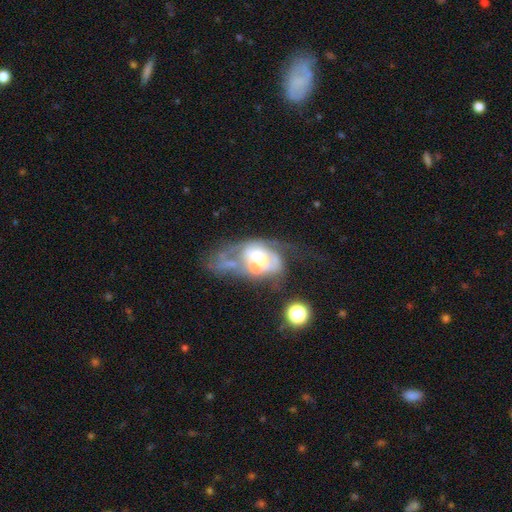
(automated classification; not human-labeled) featured or disk 64%, smooth 24%, star or artifact 12%. Down the decision tree: edge-on disk — no (95%); bar — no (65%); spiral arms — no (64%); bulge size — moderate (42%); merging — merger (39%).